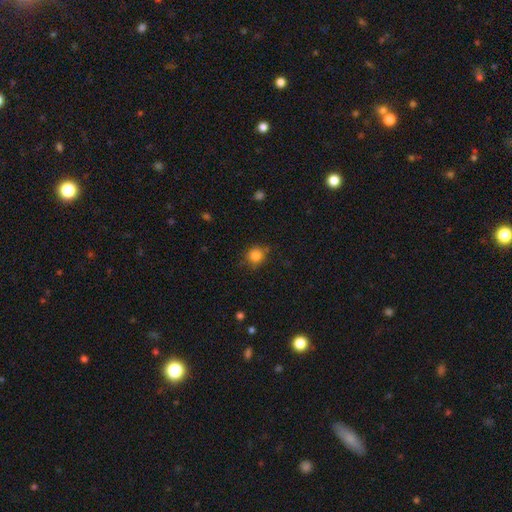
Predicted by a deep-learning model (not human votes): Q: Smooth or featured?
A: smooth (83%); runner-up: star or artifact (11%)
Q: How rounded?
A: round (86%); runner-up: in between (13%)
Q: Merging?
A: none (76%); runner-up: minor disturbance (18%)